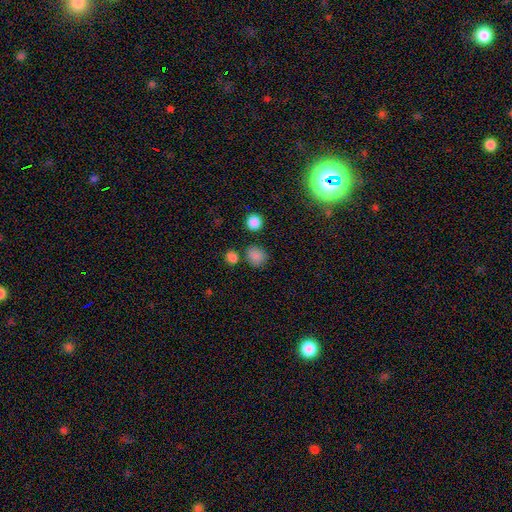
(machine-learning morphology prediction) Smooth or featured? smooth (82%)
How rounded? round (72%)
Merging? none (75%)